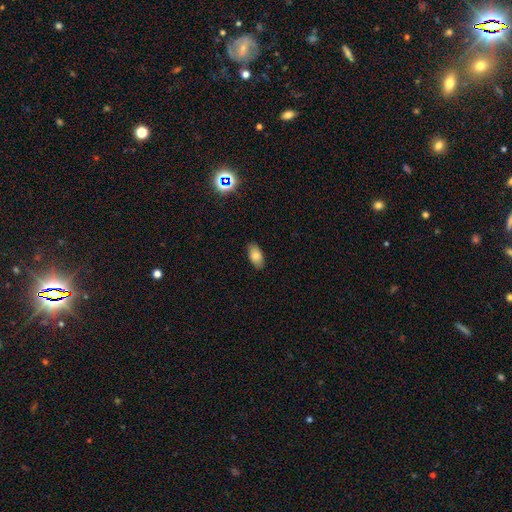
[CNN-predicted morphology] Overall: smooth (80%). How rounded: in between (93%). Merging: none (86%).